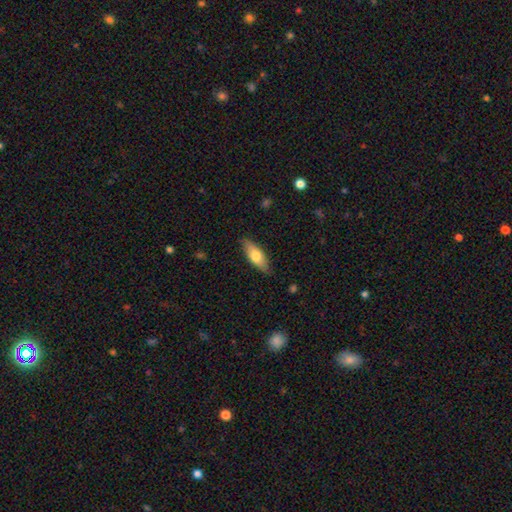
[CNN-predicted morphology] A smooth galaxy with no disk features (66%) that is in between round and cigar-shaped (65%). Merging: none (84%).